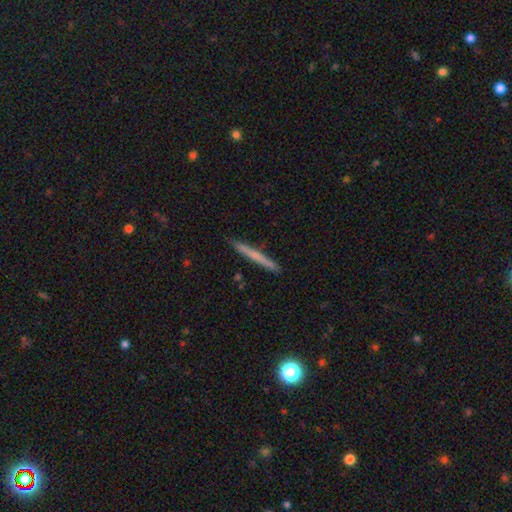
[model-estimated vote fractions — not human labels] Smooth or featured?
  - smooth: 55% *
  - featured or disk: 39%
  - star or artifact: 6%
How rounded?
  - cigar-shaped: 97% *
  - in between: 2%
  - round: 1%
Merging?
  - none: 91% *
  - minor disturbance: 7%
  - major disturbance: 1%
  - merger: 1%